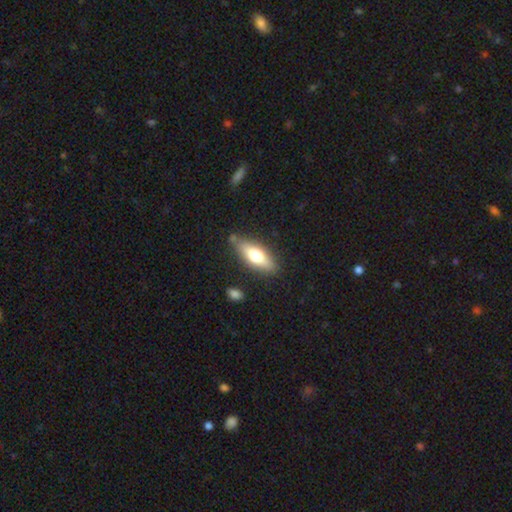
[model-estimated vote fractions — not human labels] A smooth galaxy with no disk features (63%) that is in between round and cigar-shaped (64%).

Vote fractions:
- Smooth or featured? smooth: 63% / featured or disk: 31% / star or artifact: 6%
- How rounded? in between: 64% / cigar-shaped: 34% / round: 3%
- Merging? none: 80% / minor disturbance: 14% / merger: 3% / major disturbance: 3%